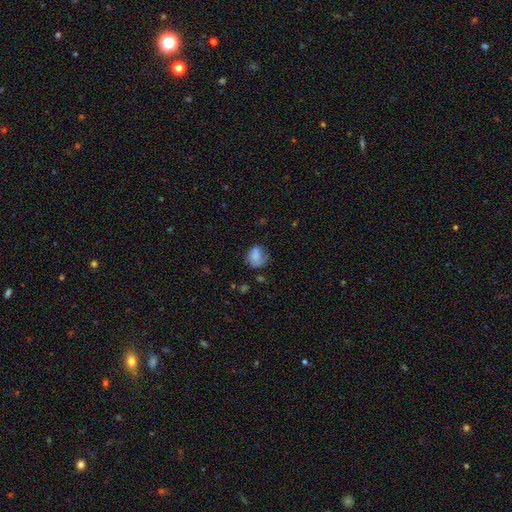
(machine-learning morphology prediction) smooth_or_featured: smooth (p=0.74) [alt: featured or disk p=0.16]
how_rounded: round (p=0.60) [alt: in between p=0.39]
merging: none (p=0.49) [alt: minor disturbance p=0.30]